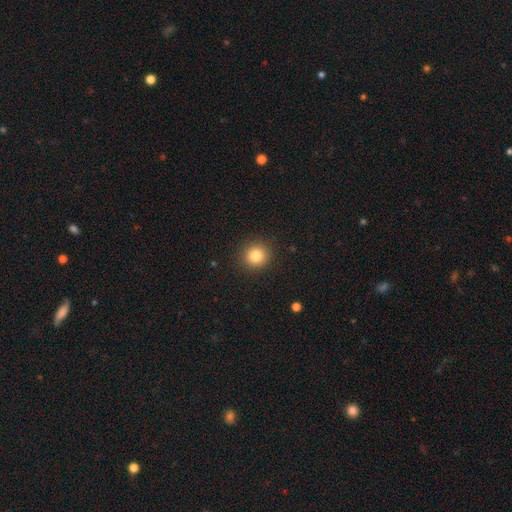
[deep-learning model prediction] This appears to be a smooth galaxy with no disk features (83%) that is round (91%). Merging: none (91%).